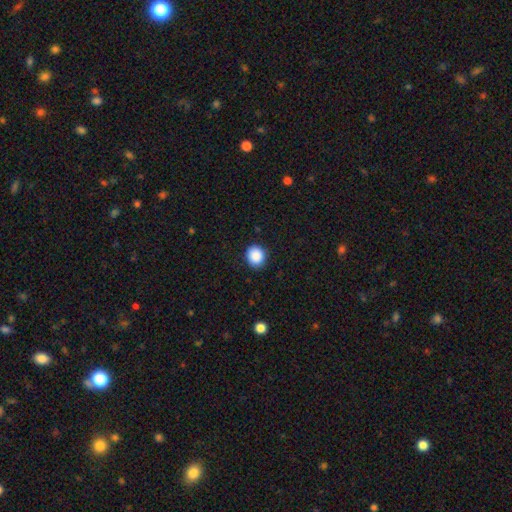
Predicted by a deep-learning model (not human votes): Smooth or featured? Predicted: smooth (p=0.89). How rounded? Predicted: round (p=0.83). Merging? Predicted: none (p=0.90).